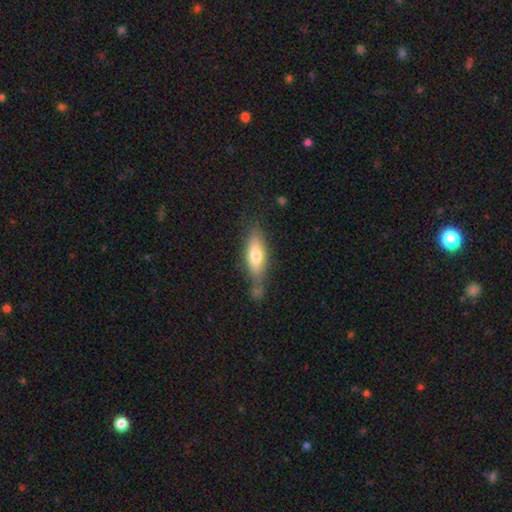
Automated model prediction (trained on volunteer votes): This appears to be a smooth galaxy with no disk features (66%) that is in between round and cigar-shaped (55%). Merging: none (56%).